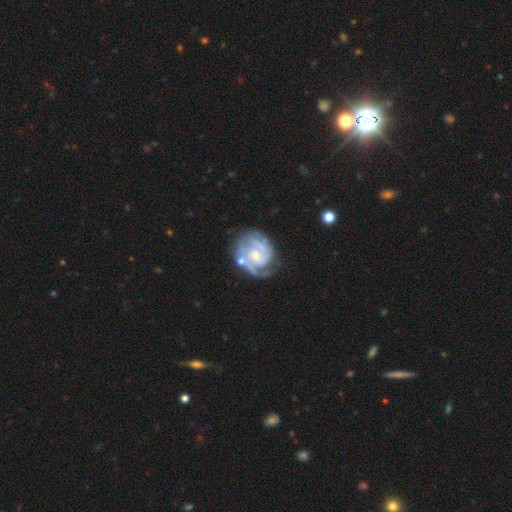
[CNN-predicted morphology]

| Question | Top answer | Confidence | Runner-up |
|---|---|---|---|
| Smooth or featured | featured or disk | 88% | smooth (8%) |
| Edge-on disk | no | 98% | yes (2%) |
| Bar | no | 55% | weak (36%) |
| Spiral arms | yes | 96% | no (4%) |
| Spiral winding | tight | 57% | medium (35%) |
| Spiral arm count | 2 | 41% | 3 (24%) |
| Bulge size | small | 63% | moderate (32%) |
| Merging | none | 57% | minor disturbance (21%) |